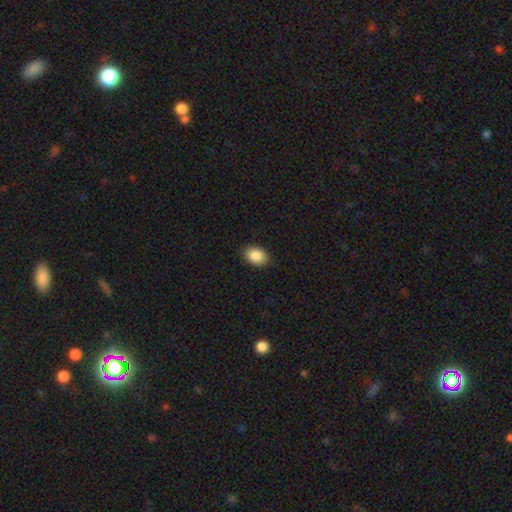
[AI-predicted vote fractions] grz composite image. It shows a smooth galaxy with no disk features (89%) that is in between round and cigar-shaped (79%). Merging: none (88%).